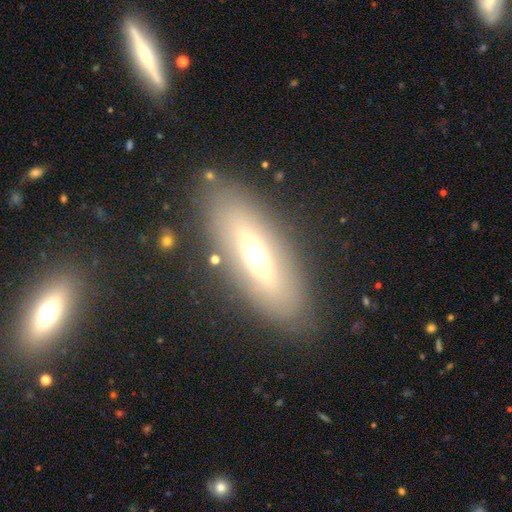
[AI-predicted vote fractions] The model was most divided on "smooth or featured": featured or disk: 47%, smooth: 43%, star or artifact: 9%. More confident: merging — none (82%).